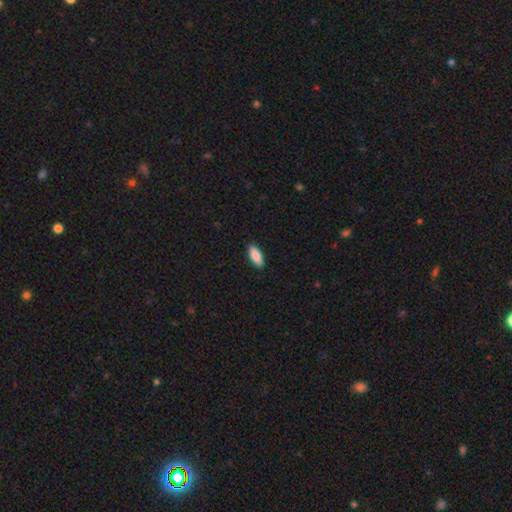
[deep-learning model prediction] Smooth or featured? smooth (87%)
How rounded? in between (76%)
Merging? none (90%)